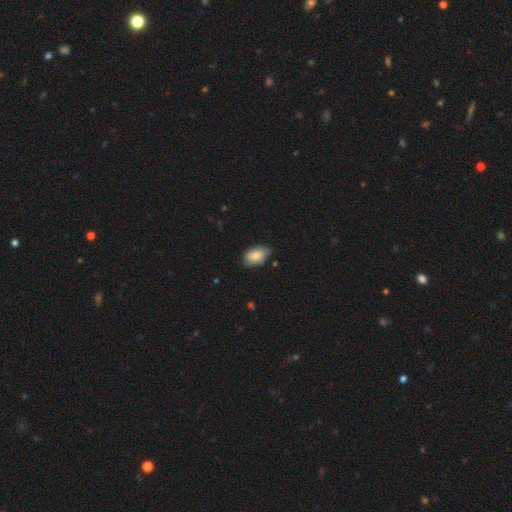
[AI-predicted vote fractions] Smooth or featured?
  - smooth: 80% *
  - featured or disk: 13%
  - star or artifact: 7%
How rounded?
  - in between: 91% *
  - round: 7%
  - cigar-shaped: 1%
Merging?
  - none: 69% *
  - minor disturbance: 27%
  - major disturbance: 3%
  - merger: 1%